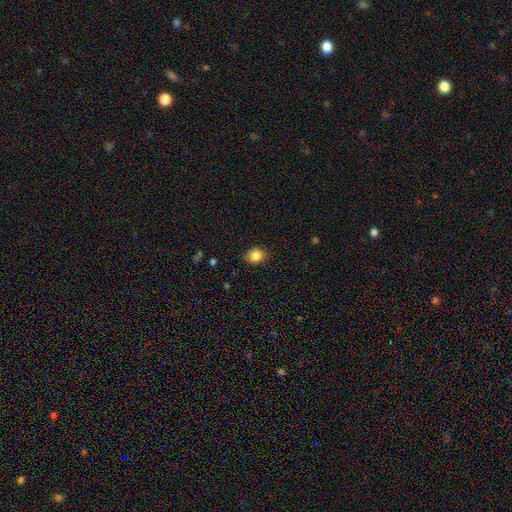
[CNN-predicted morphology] A smooth galaxy with no disk features (84%) that is round (57%).

Vote fractions:
- Smooth or featured? smooth: 84% / star or artifact: 10% / featured or disk: 6%
- How rounded? round: 57% / in between: 42% / cigar-shaped: 1%
- Merging? none: 84% / minor disturbance: 12% / major disturbance: 2% / merger: 1%